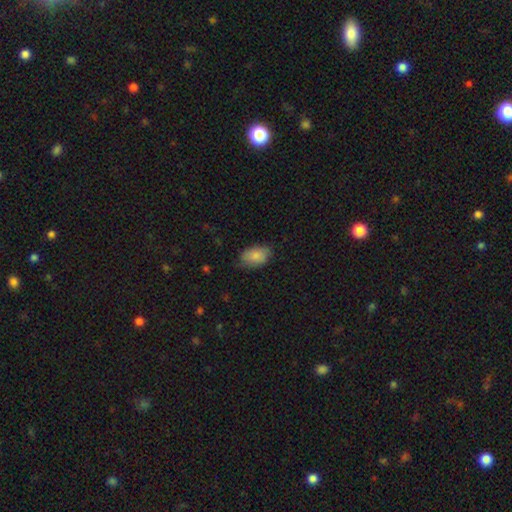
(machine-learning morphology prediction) Smooth or featured?
  - smooth: 85% *
  - featured or disk: 9%
  - star or artifact: 6%
How rounded?
  - in between: 92% *
  - round: 6%
  - cigar-shaped: 2%
Merging?
  - none: 74% *
  - minor disturbance: 21%
  - major disturbance: 4%
  - merger: 1%